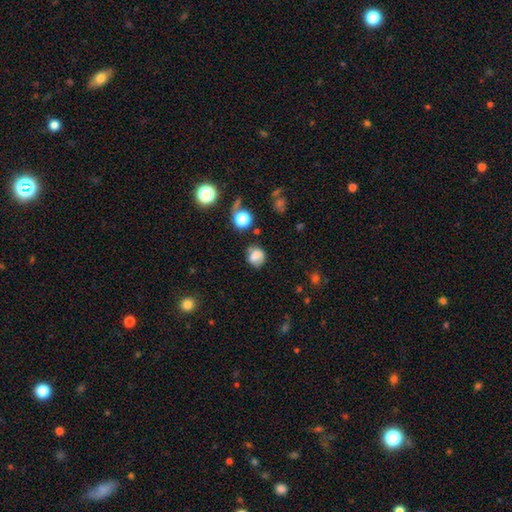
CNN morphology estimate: smooth_or_featured: smooth (p=0.73) [alt: featured or disk p=0.14]
how_rounded: round (p=0.70) [alt: in between p=0.28]
merging: none (p=0.65) [alt: minor disturbance p=0.20]